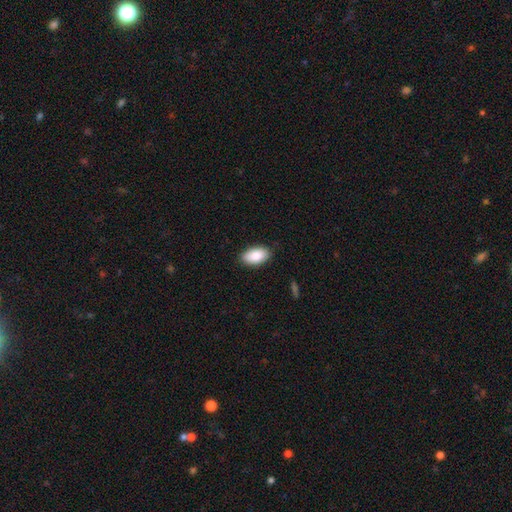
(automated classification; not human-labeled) This appears to be a smooth galaxy with no disk features (87%) that is in between round and cigar-shaped (95%). Merging: none (87%).